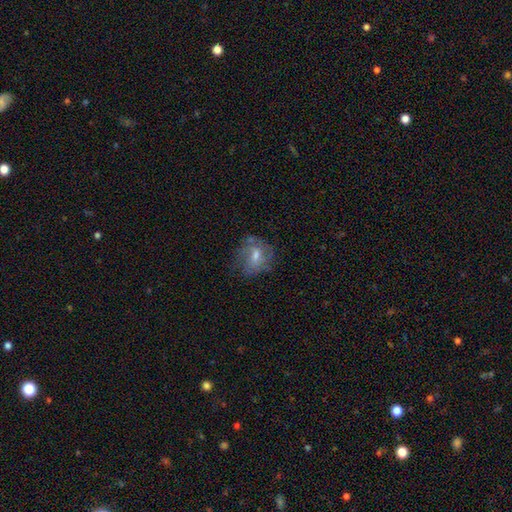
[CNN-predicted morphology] smooth_or_featured: smooth (p=0.48) [alt: featured or disk p=0.43]
merging: none (p=0.54) [alt: minor disturbance p=0.26]